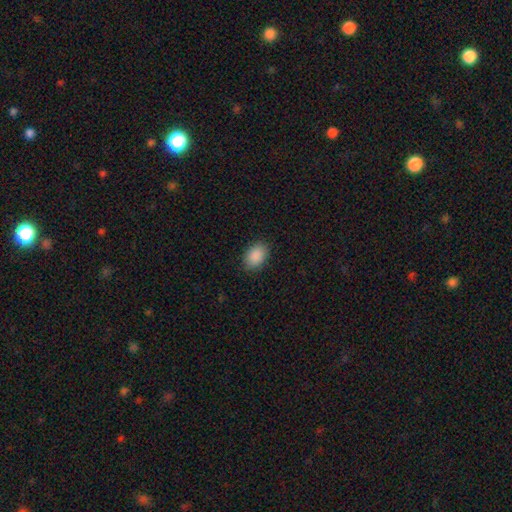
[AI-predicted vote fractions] Smooth or featured? Predicted: smooth (p=0.90). How rounded? Predicted: in between (p=0.82). Merging? Predicted: none (p=0.88).